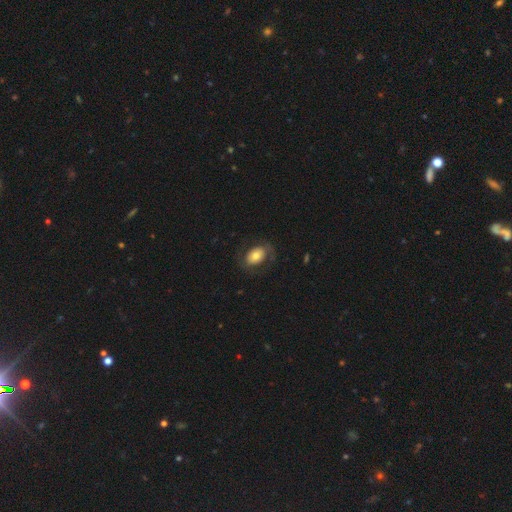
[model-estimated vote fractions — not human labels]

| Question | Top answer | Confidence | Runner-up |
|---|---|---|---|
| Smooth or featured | smooth | 60% | featured or disk (32%) |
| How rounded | in between | 77% | round (22%) |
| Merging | none | 67% | minor disturbance (17%) |